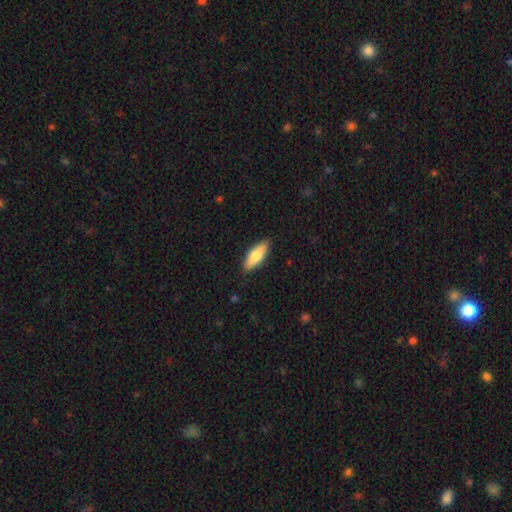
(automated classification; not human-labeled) smooth_or_featured: smooth (p=0.74) [alt: featured or disk p=0.21]
how_rounded: in between (p=0.59) [alt: cigar-shaped p=0.39]
merging: none (p=0.88) [alt: minor disturbance p=0.09]